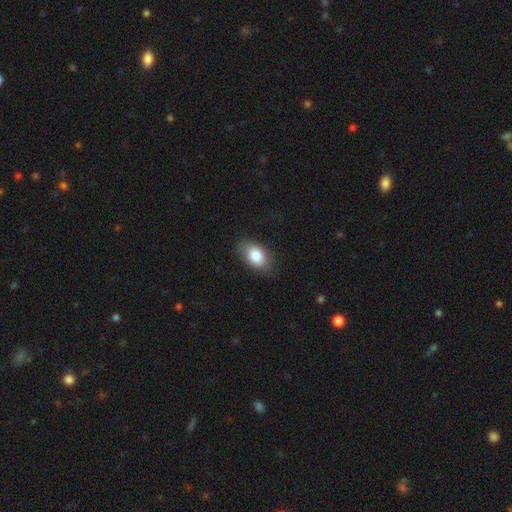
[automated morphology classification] smooth_or_featured: smooth (p=0.84) [alt: featured or disk p=0.09]
how_rounded: in between (p=0.89) [alt: round p=0.09]
merging: none (p=0.81) [alt: minor disturbance p=0.15]